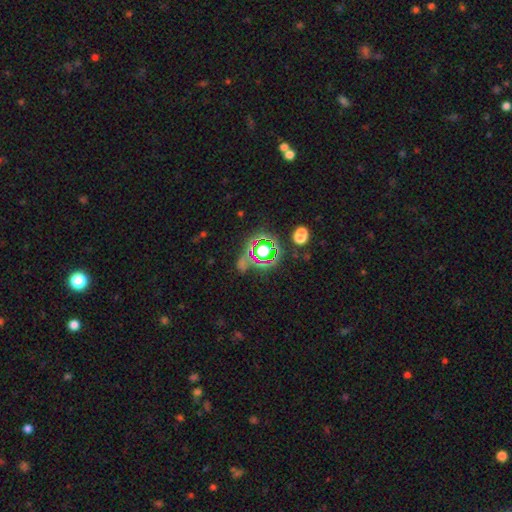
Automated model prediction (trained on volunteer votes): Q: Smooth or featured?
A: star or artifact (77%); runner-up: smooth (15%)